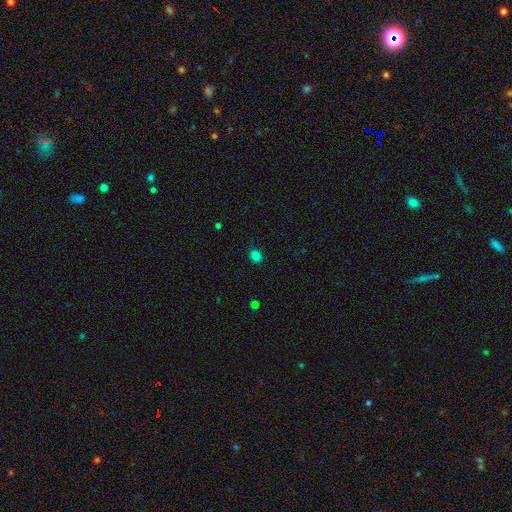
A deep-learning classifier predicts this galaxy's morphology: type=smooth (81%); roundness=round (56%); merging=none (85%).